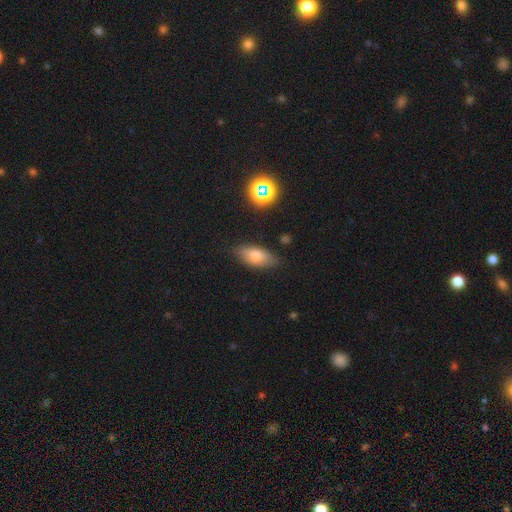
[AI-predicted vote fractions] Smooth or featured: smooth — 71% (featured or disk — 19%)
How rounded: in between — 84% (cigar-shaped — 11%)
Merging: none — 82% (minor disturbance — 13%)